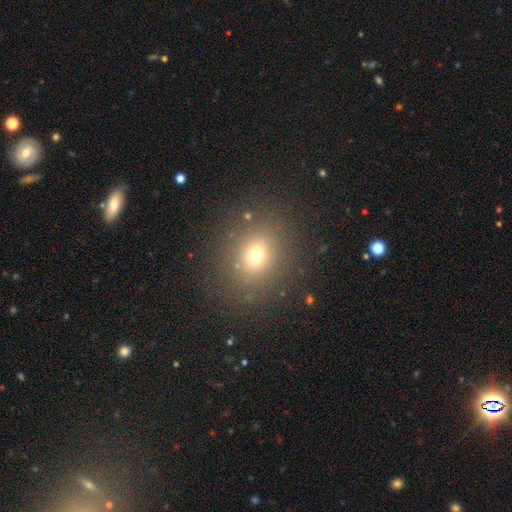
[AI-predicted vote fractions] Overall: smooth (67%). How rounded: round (70%). Merging: none (85%).